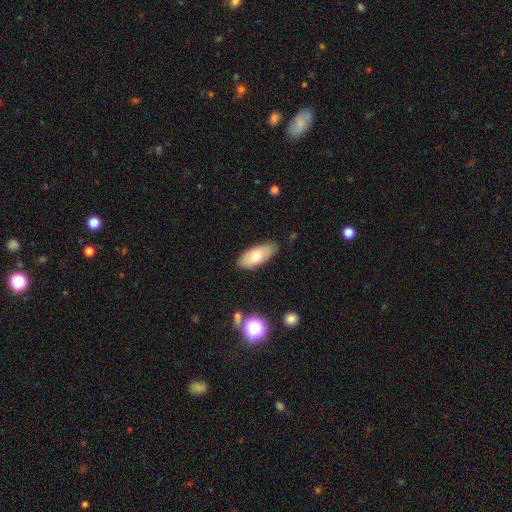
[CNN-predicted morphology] smooth_or_featured: smooth (p=0.67) [alt: featured or disk p=0.27]
how_rounded: in between (p=0.84) [alt: cigar-shaped p=0.13]
merging: none (p=0.83) [alt: minor disturbance p=0.13]